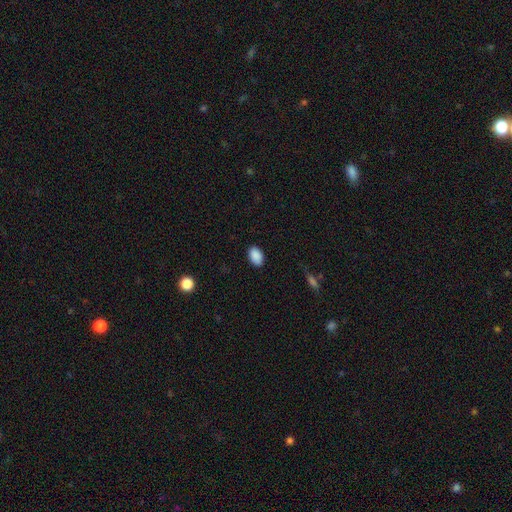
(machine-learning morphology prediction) smooth-or-featured: smooth: 90% | star or artifact: 7% | featured or disk: 3%
  how-rounded: in between: 89% | round: 9% | cigar-shaped: 1%
  merging: none: 87% | minor disturbance: 9% | major disturbance: 2% | merger: 1%